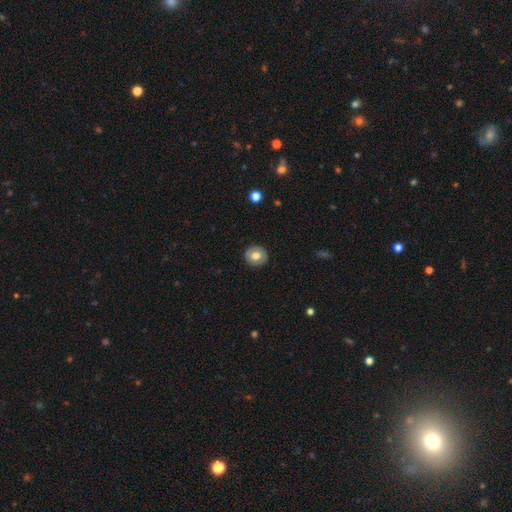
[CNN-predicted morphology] A smooth galaxy with no disk features (65%) that is round (86%).

Vote fractions:
- Smooth or featured? smooth: 65% / featured or disk: 27% / star or artifact: 7%
- How rounded? round: 86% / in between: 13% / cigar-shaped: 1%
- Merging? none: 89% / minor disturbance: 8% / major disturbance: 2% / merger: 1%